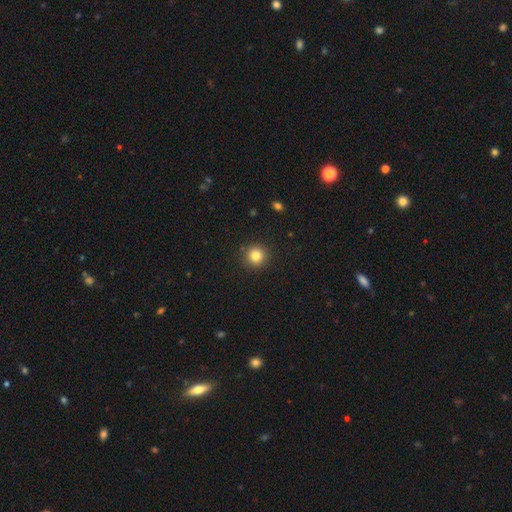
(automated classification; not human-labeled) Overall: smooth (83%). How rounded: round (94%). Merging: none (91%).